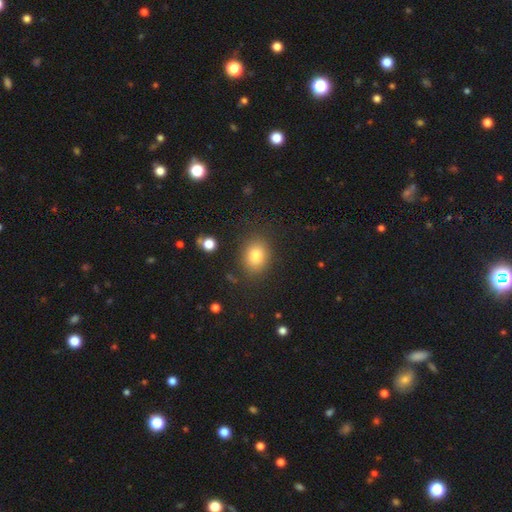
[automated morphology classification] smooth_or_featured: smooth (p=0.81) [alt: star or artifact p=0.11]
how_rounded: in between (p=0.51) [alt: round p=0.48]
merging: none (p=0.83) [alt: minor disturbance p=0.11]